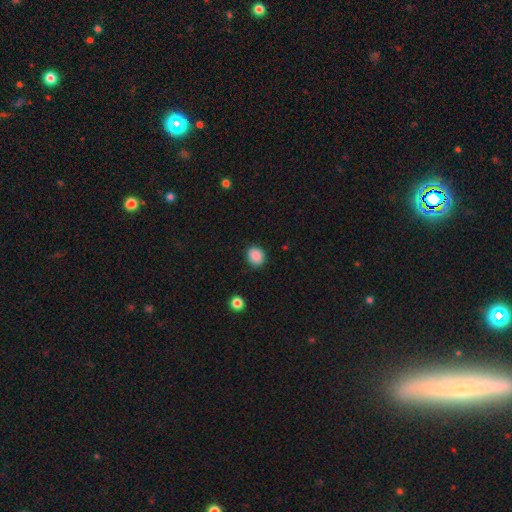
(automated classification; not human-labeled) Smooth or featured? smooth (88%)
How rounded? round (73%)
Merging? none (88%)